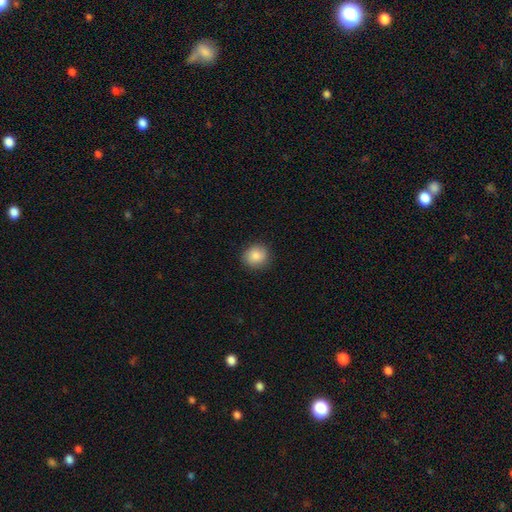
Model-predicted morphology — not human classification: Q: Smooth or featured?
A: smooth (86%); runner-up: star or artifact (8%)
Q: How rounded?
A: round (85%); runner-up: in between (14%)
Q: Merging?
A: none (88%); runner-up: minor disturbance (9%)